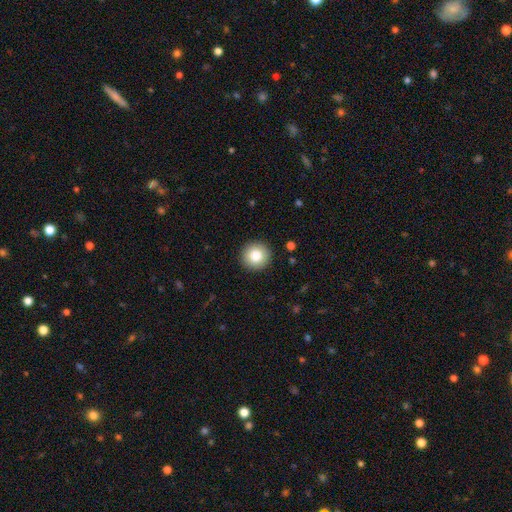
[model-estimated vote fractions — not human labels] Smooth or featured?
  - smooth: 82% *
  - star or artifact: 9%
  - featured or disk: 8%
How rounded?
  - round: 96% *
  - in between: 3%
  - cigar-shaped: 1%
Merging?
  - none: 92% *
  - minor disturbance: 5%
  - major disturbance: 2%
  - merger: 1%